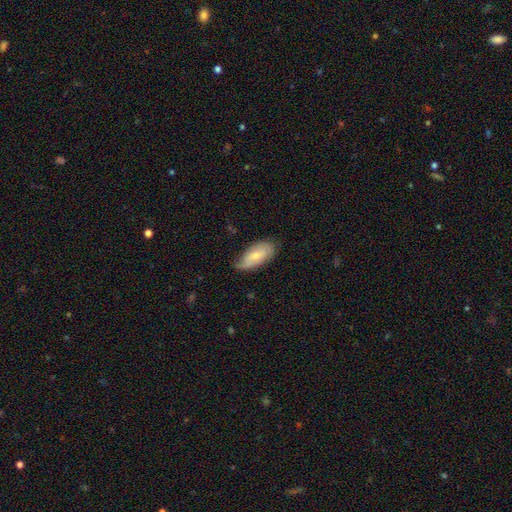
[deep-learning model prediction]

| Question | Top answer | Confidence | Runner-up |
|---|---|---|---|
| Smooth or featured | smooth | 55% | featured or disk (39%) |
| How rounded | in between | 89% | cigar-shaped (8%) |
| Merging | none | 61% | minor disturbance (30%) |